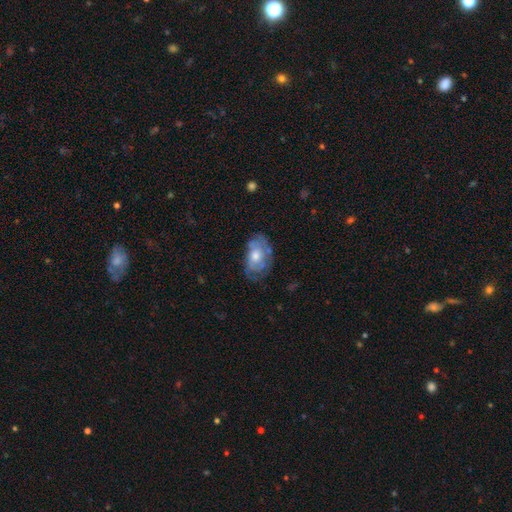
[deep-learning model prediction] A featured or disk galaxy (65%) with no bar (80%), spiral arms (74%) and a moderate central bulge (66%).

Vote fractions:
- Smooth or featured? featured or disk: 65% / smooth: 28% / star or artifact: 7%
- Edge-on disk? no: 95% / yes: 5%
- Bar? no: 80% / weak: 17% / strong: 3%
- Spiral arms? yes: 74% / no: 26%
- Bulge size? moderate: 66% / small: 17% / large: 13% / none: 2% / dominant: 1%
- Merging? none: 64% / minor disturbance: 24% / major disturbance: 10% / merger: 2%